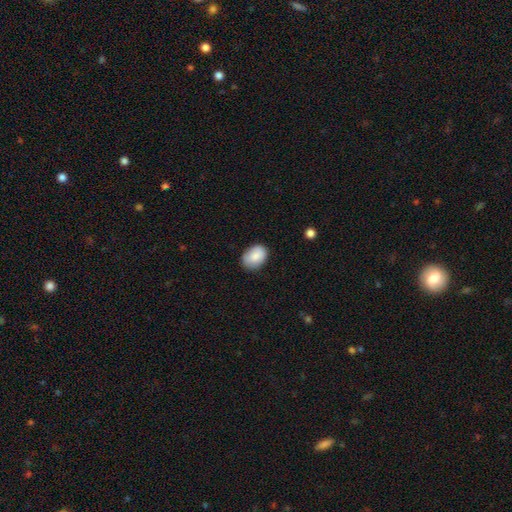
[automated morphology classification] Smooth or featured? Predicted: smooth (p=0.87). How rounded? Predicted: in between (p=0.77). Merging? Predicted: none (p=0.77).